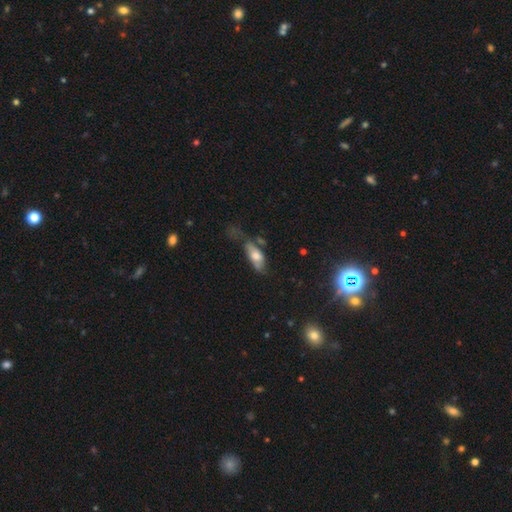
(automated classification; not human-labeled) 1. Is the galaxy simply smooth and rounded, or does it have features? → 61% smooth, 32% featured or disk, 8% star or artifact.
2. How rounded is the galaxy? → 78% in between, 19% cigar-shaped, 3% round.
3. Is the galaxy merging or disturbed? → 34% none, 29% minor disturbance, 28% major disturbance, 10% merger.